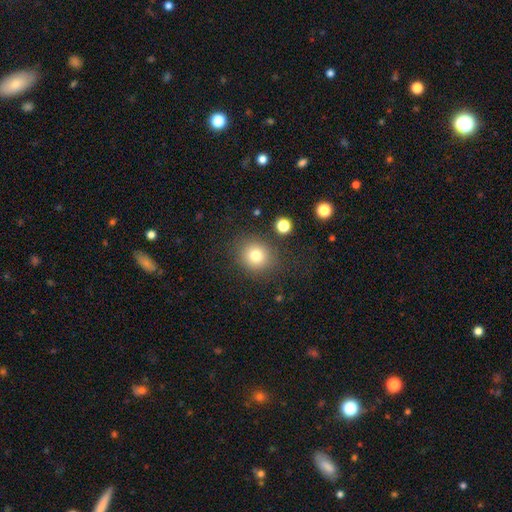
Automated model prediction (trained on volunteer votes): Overall: smooth (78%). How rounded: round (84%). Merging: none (82%).